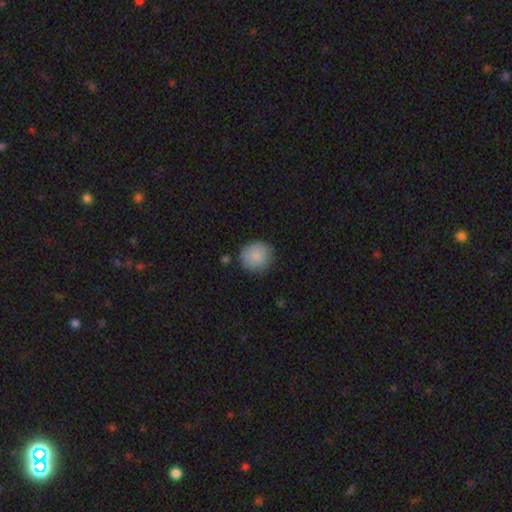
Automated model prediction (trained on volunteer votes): smooth 87%, star or artifact 7%, featured or disk 6%. Down the decision tree: how rounded — round (91%); merging — none (83%).